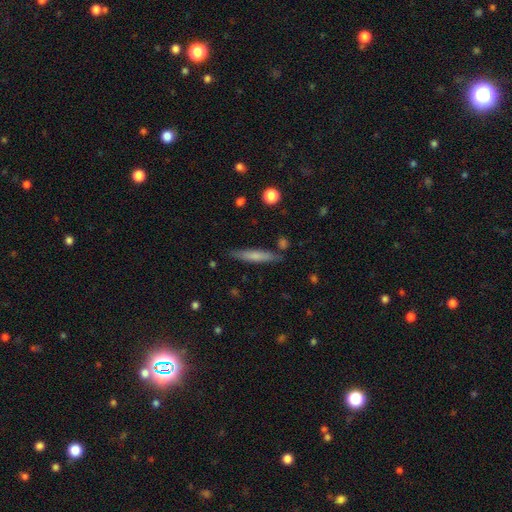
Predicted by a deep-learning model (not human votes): smooth-or-featured: smooth: 64% | featured or disk: 30% | star or artifact: 6%
  how-rounded: cigar-shaped: 91% | in between: 7% | round: 1%
  merging: none: 83% | minor disturbance: 12% | merger: 3% | major disturbance: 2%